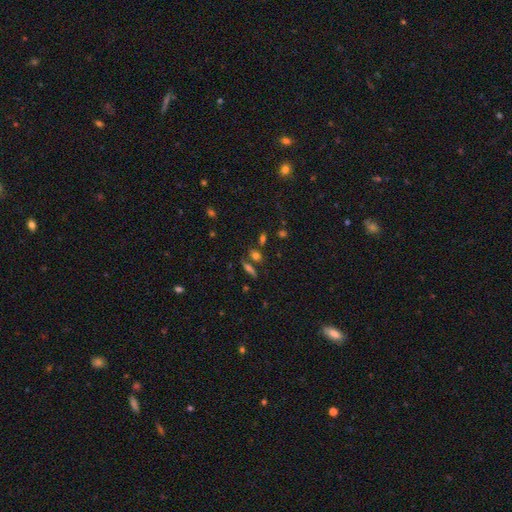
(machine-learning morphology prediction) A smooth galaxy with no disk features (62%) that is in between round and cigar-shaped (59%).

Vote fractions:
- Smooth or featured? smooth: 62% / featured or disk: 20% / star or artifact: 17%
- How rounded? in between: 59% / cigar-shaped: 29% / round: 13%
- Merging? none: 64% / merger: 18% / minor disturbance: 12% / major disturbance: 5%